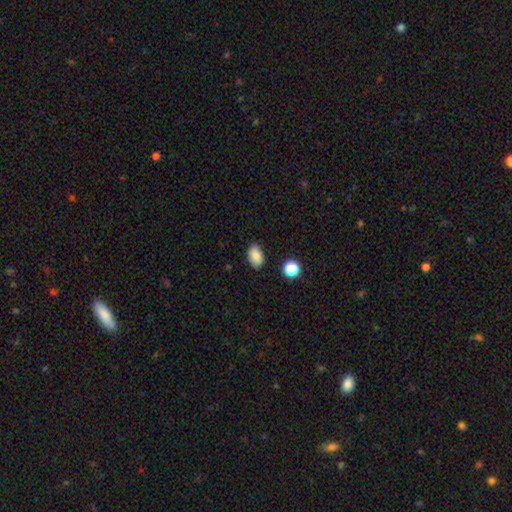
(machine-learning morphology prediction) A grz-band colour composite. It shows a smooth galaxy with no disk features (85%) that is in between round and cigar-shaped (88%). Merging: none (83%).